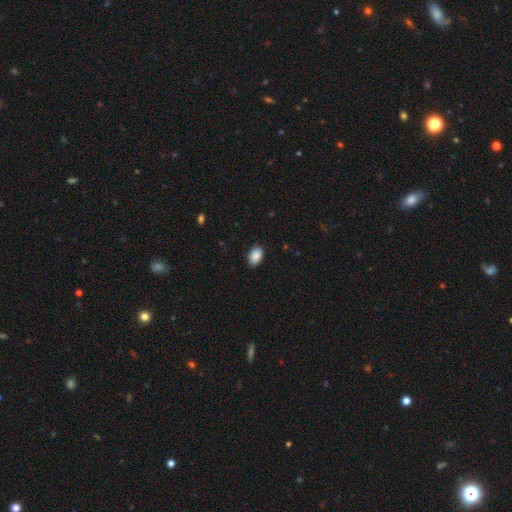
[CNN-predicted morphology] A smooth galaxy with no disk features (89%) that is in between round and cigar-shaped (87%).

Vote fractions:
- Smooth or featured? smooth: 89% / star or artifact: 7% / featured or disk: 4%
- How rounded? in between: 87% / round: 12% / cigar-shaped: 1%
- Merging? none: 87% / minor disturbance: 10% / major disturbance: 2% / merger: 1%